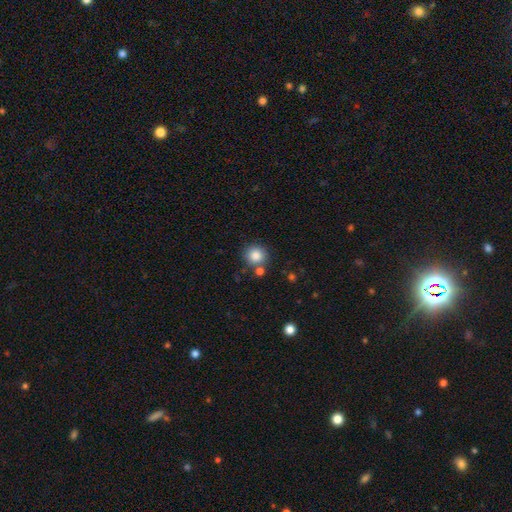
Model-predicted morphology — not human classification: This is clearly a smooth galaxy (85%). How rounded: clearly round (92%). Merging: likely none (77%).